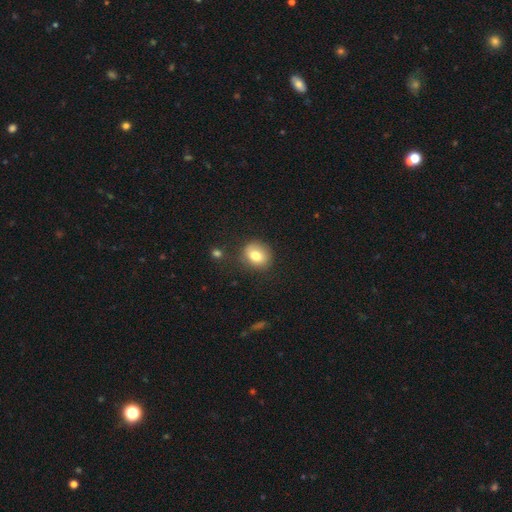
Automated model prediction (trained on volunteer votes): A smooth galaxy with no disk features (78%) that is round (66%).

Vote fractions:
- Smooth or featured? smooth: 78% / featured or disk: 12% / star or artifact: 10%
- How rounded? round: 66% / in between: 33% / cigar-shaped: 1%
- Merging? none: 79% / minor disturbance: 14% / major disturbance: 4% / merger: 3%